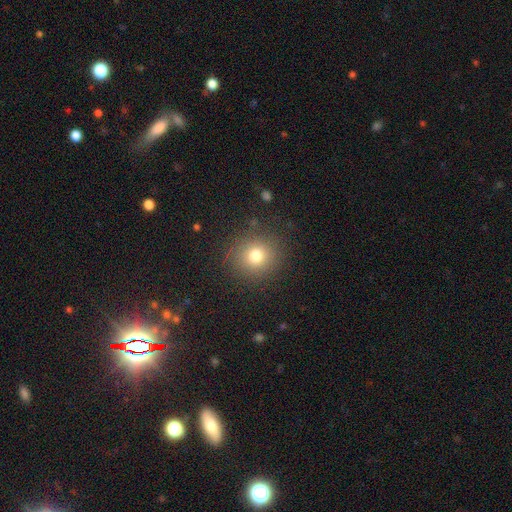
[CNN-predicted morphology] A smooth galaxy with no disk features (76%) that is round (89%).

Vote fractions:
- Smooth or featured? smooth: 76% / star or artifact: 15% / featured or disk: 9%
- How rounded? round: 89% / in between: 10% / cigar-shaped: 1%
- Merging? none: 87% / minor disturbance: 8% / major disturbance: 4% / merger: 1%